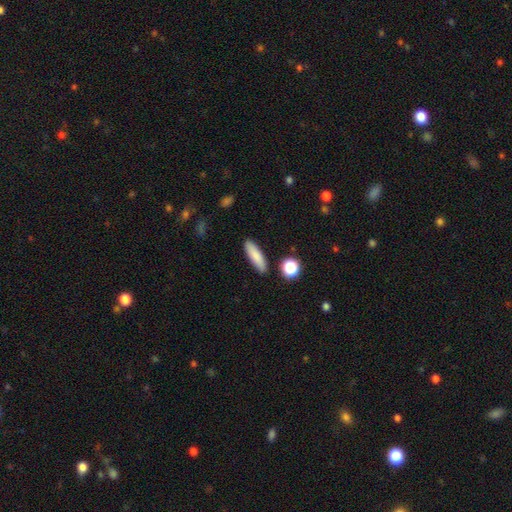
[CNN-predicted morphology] A smooth galaxy with no disk features (83%) that is cigar-shaped (61%). Merging: none (88%).